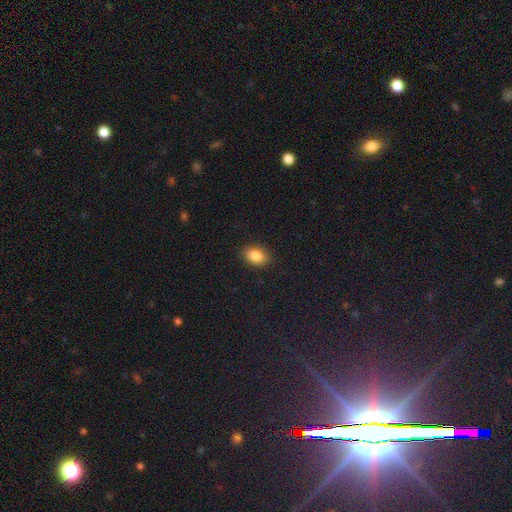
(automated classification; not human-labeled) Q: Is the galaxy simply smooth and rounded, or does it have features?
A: smooth — 86%.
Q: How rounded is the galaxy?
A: in between — 84%.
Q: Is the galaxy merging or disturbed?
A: none — 88%.